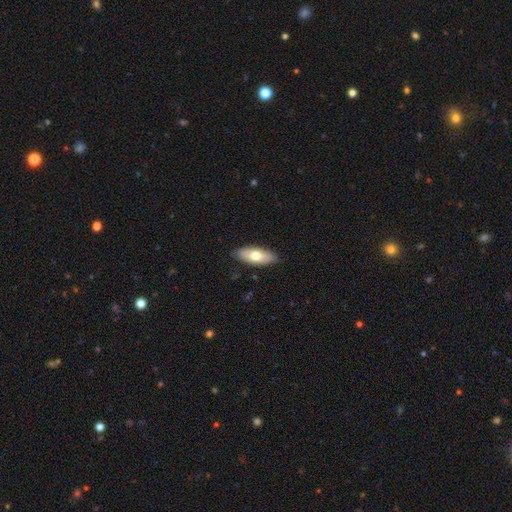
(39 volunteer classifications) Q: Smooth or featured?
A: smooth (62%); runner-up: featured or disk (28%)
Q: How rounded?
A: in between (75%); runner-up: cigar-shaped (25%)
Q: Merging?
A: none (97%); runner-up: merger (3%)